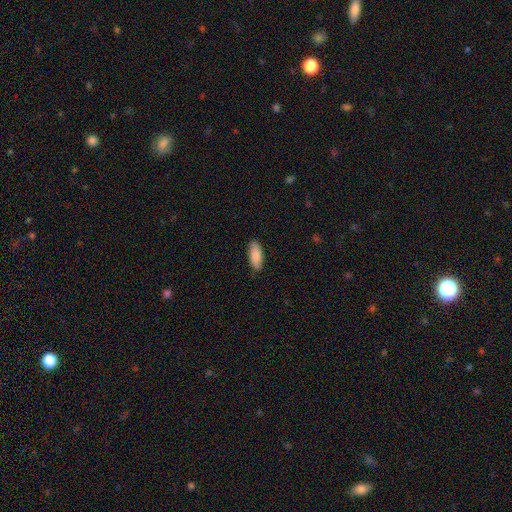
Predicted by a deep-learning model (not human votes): smooth_or_featured: smooth (p=0.88) [alt: featured or disk p=0.06]
how_rounded: in between (p=0.78) [alt: cigar-shaped p=0.20]
merging: none (p=0.87) [alt: minor disturbance p=0.10]